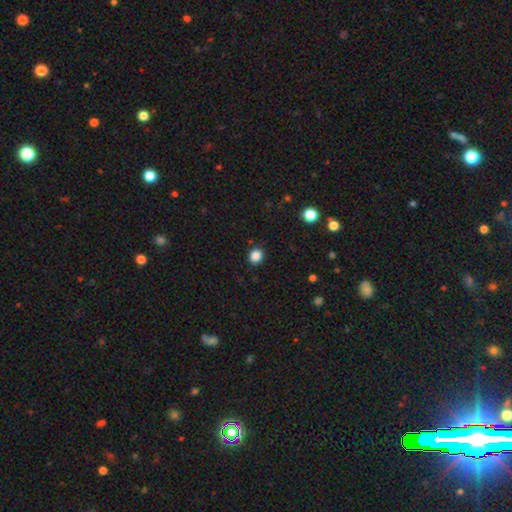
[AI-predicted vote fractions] smooth_or_featured: smooth (p=0.85) [alt: star or artifact p=0.12]
how_rounded: round (p=0.83) [alt: in between p=0.16]
merging: none (p=0.91) [alt: minor disturbance p=0.06]